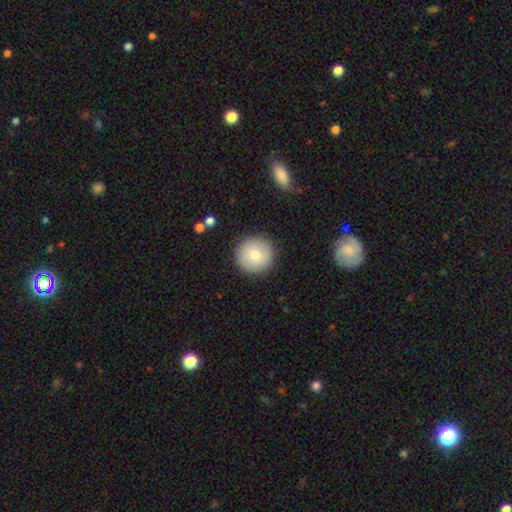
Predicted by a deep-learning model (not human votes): Morphology: type=smooth (80%); roundness=round (95%); merging=none (90%).